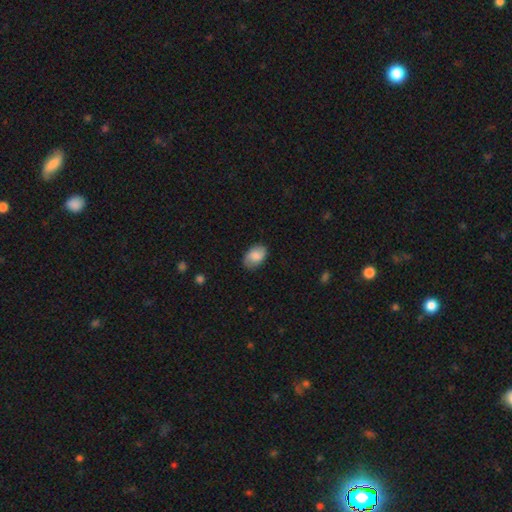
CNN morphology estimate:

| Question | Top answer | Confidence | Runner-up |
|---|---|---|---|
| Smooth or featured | smooth | 75% | featured or disk (17%) |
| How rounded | in between | 86% | round (13%) |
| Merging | none | 80% | minor disturbance (15%) |